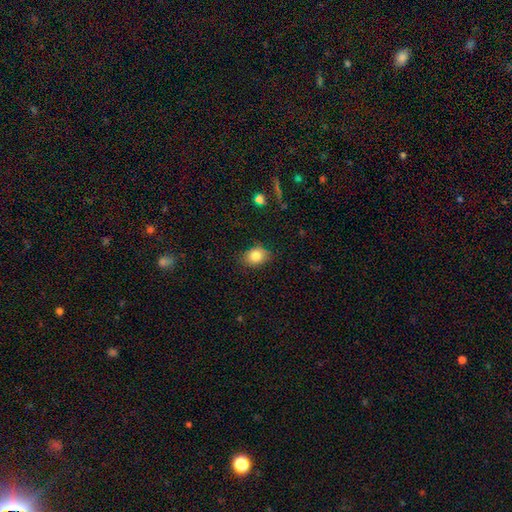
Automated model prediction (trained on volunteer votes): The model was most divided on "how rounded": in between: 64%, round: 35%, cigar-shaped: 1%. More confident: smooth or featured — smooth (83%); merging — none (80%).